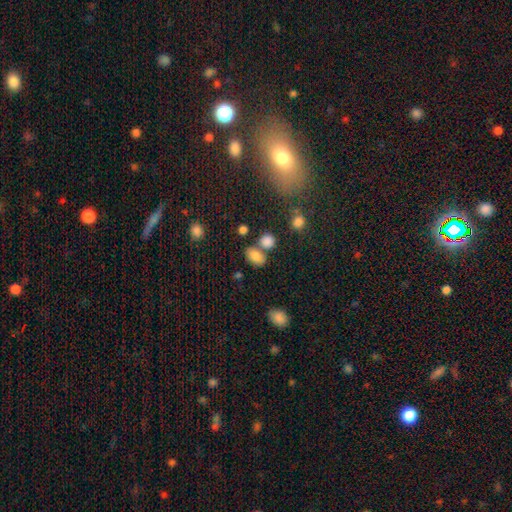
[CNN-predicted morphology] This is clearly a smooth galaxy (81%). How rounded: clearly in between (81%). Merging: likely none (61%).